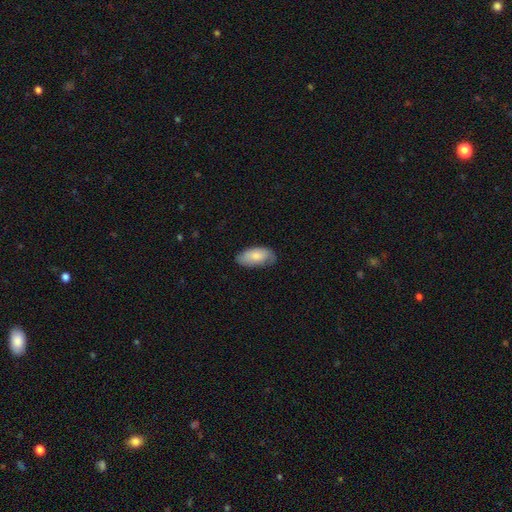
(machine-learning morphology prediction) A smooth galaxy with no disk features (76%) that is in between round and cigar-shaped (93%).

Vote fractions:
- Smooth or featured? smooth: 76% / featured or disk: 19% / star or artifact: 6%
- How rounded? in between: 93% / cigar-shaped: 4% / round: 3%
- Merging? none: 69% / minor disturbance: 25% / major disturbance: 5% / merger: 1%